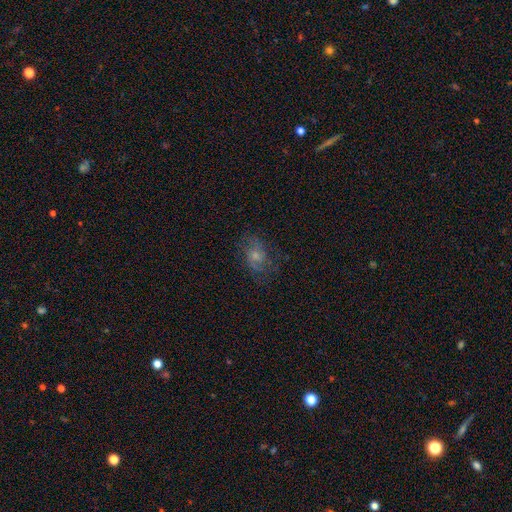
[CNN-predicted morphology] smooth_or_featured: featured or disk (p=0.55) [alt: smooth p=0.27]
disk_edge_on: no (p=0.96) [alt: yes p=0.04]
bar: no (p=0.69) [alt: weak p=0.27]
has_spiral_arms: yes (p=0.84) [alt: no p=0.16]
bulge_size: moderate (p=0.46) [alt: small p=0.42]
merging: none (p=0.72) [alt: minor disturbance p=0.17]